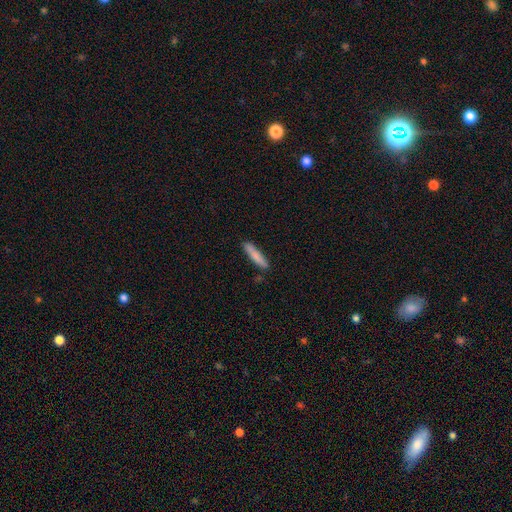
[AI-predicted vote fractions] This appears to be a smooth galaxy with no disk features (81%) that is cigar-shaped (87%). Merging: none (84%).